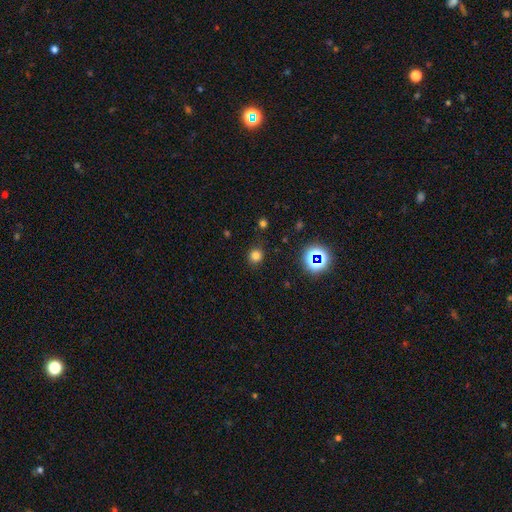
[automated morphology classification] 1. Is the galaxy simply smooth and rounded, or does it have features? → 76% smooth, 19% star or artifact, 5% featured or disk.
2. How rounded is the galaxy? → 89% round, 10% in between, 1% cigar-shaped.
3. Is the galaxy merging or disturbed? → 87% none, 9% minor disturbance, 3% major disturbance, 2% merger.